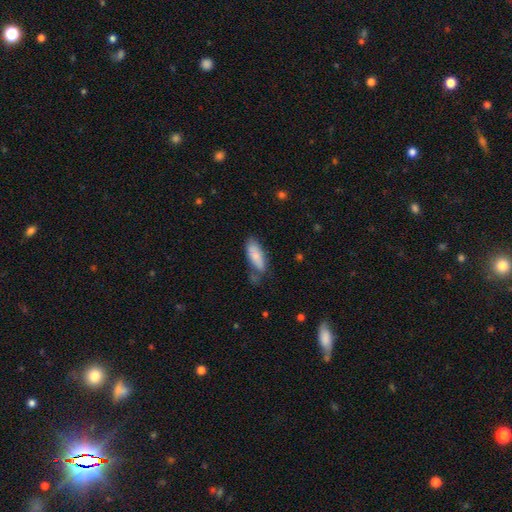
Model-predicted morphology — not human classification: Q: Smooth or featured?
A: smooth (80%); runner-up: featured or disk (14%)
Q: How rounded?
A: in between (69%); runner-up: cigar-shaped (29%)
Q: Merging?
A: none (57%); runner-up: minor disturbance (28%)